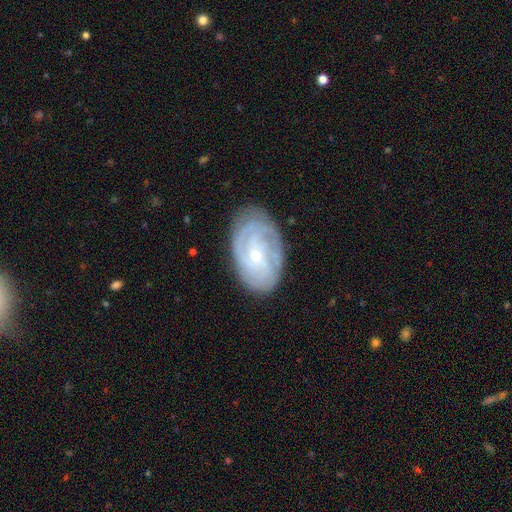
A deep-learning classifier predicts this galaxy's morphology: This is likely a featured or disk galaxy (77%). It is clearly not viewed edge-on (96%). Bar: possibly no (56%). Spiral arm pattern: clearly yes (92%). Spiral arm count: marginally can't tell (41%). Spiral winding: likely tight (66%). Central bulge: likely small (61%). Merging: likely none (77%).